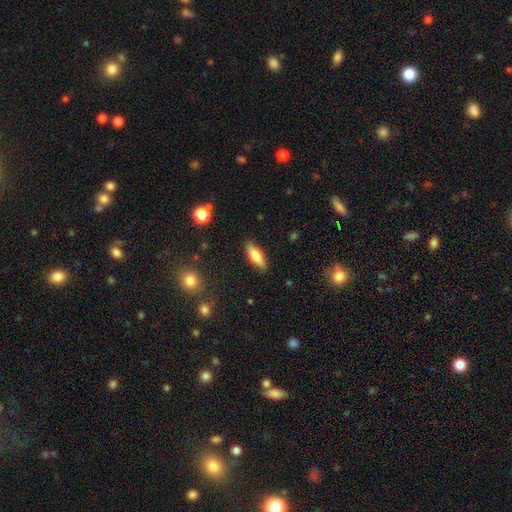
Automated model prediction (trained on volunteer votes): A smooth galaxy with no disk features (60%) that is in between round and cigar-shaped (55%).

Vote fractions:
- Smooth or featured? smooth: 60% / featured or disk: 33% / star or artifact: 7%
- How rounded? in between: 55% / cigar-shaped: 42% / round: 3%
- Merging? none: 87% / minor disturbance: 9% / major disturbance: 2% / merger: 1%